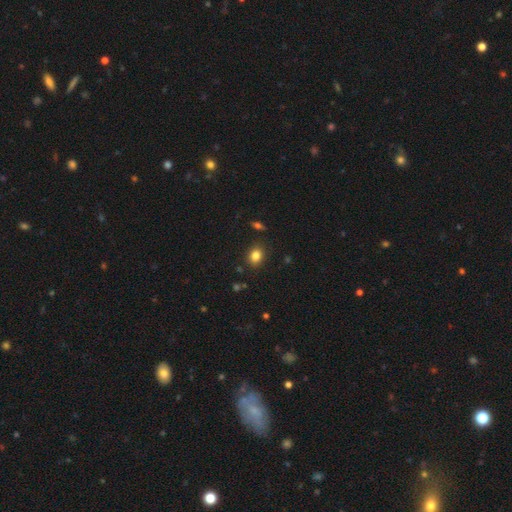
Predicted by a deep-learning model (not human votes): A smooth galaxy with no disk features (82%) that is in between round and cigar-shaped (50%). Merging: none (86%).